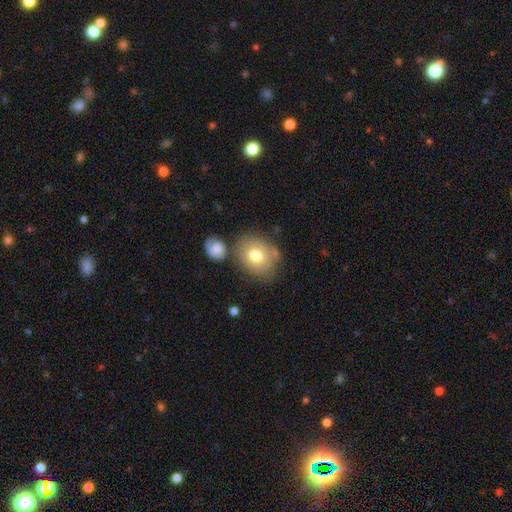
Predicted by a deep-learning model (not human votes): Smooth or featured?
  - smooth: 74% *
  - featured or disk: 18%
  - star or artifact: 8%
How rounded?
  - round: 53% *
  - in between: 46%
  - cigar-shaped: 1%
Merging?
  - none: 63% *
  - minor disturbance: 18%
  - merger: 13%
  - major disturbance: 6%